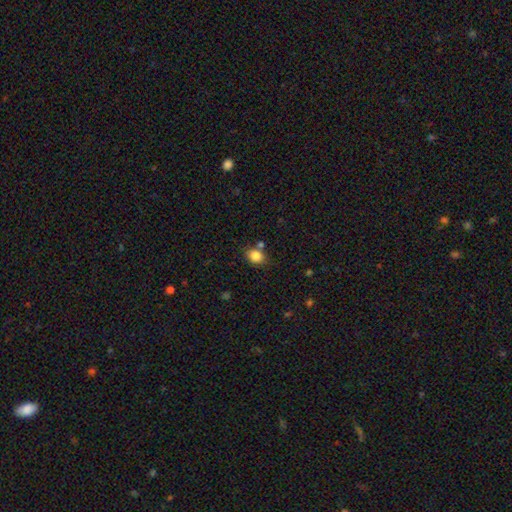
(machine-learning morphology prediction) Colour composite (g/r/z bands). It shows a smooth galaxy with no disk features (85%) that is in between round and cigar-shaped (55%). Merging: none (71%).